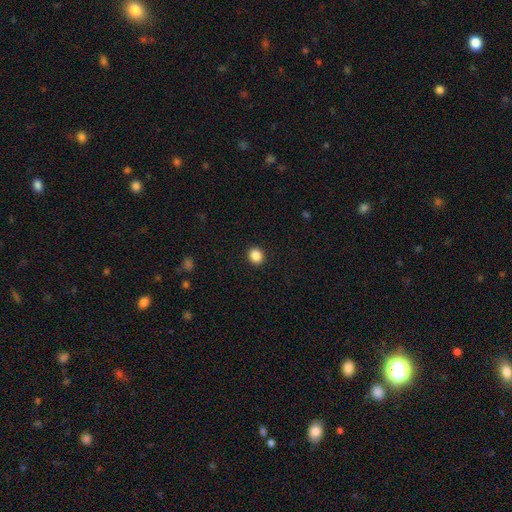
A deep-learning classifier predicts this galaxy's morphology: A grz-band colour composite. It shows a smooth galaxy with no disk features (87%) that is round (76%). Merging: none (92%).